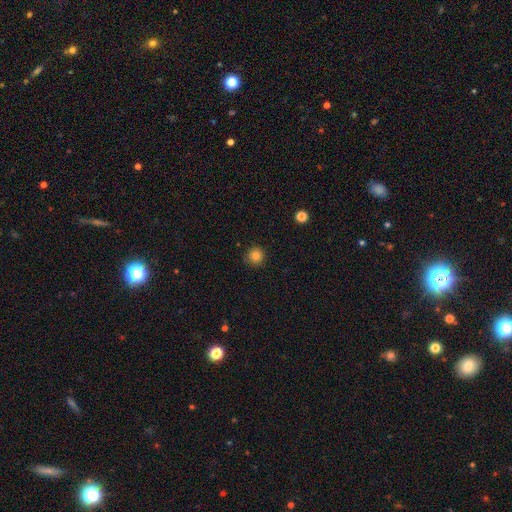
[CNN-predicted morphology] type=smooth (82%); roundness=round (95%); merging=none (91%).